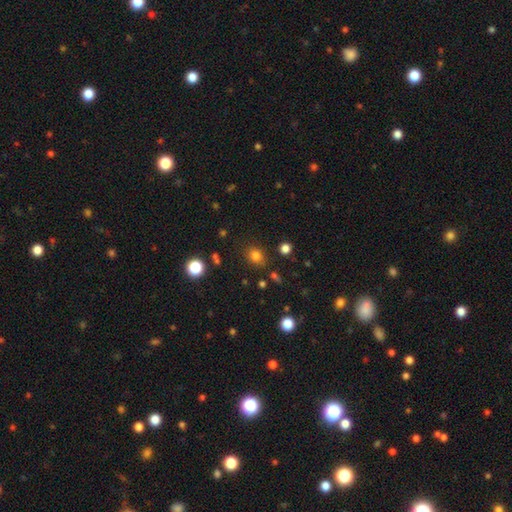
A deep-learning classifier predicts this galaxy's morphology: This is likely a smooth galaxy (79%). How rounded: likely round (62%). Merging: clearly none (82%).